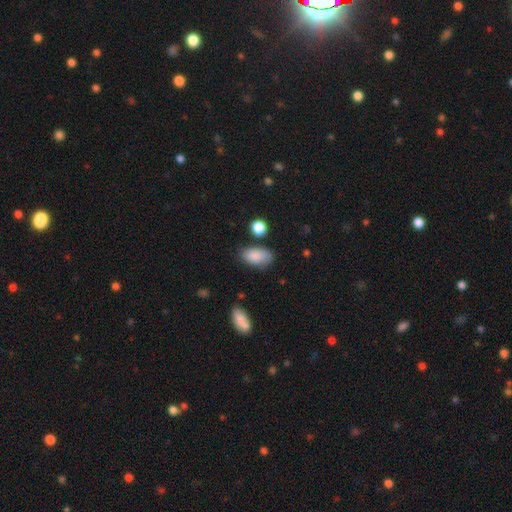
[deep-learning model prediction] smooth-or-featured: smooth: 85% | star or artifact: 7% | featured or disk: 7%
  how-rounded: in between: 92% | round: 4% | cigar-shaped: 3%
  merging: none: 68% | minor disturbance: 22% | major disturbance: 5% | merger: 4%